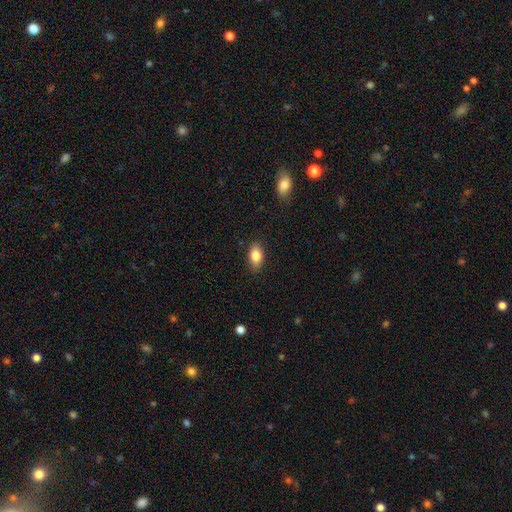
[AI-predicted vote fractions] smooth-or-featured: smooth: 83% | featured or disk: 9% | star or artifact: 8%
  how-rounded: in between: 88% | round: 9% | cigar-shaped: 3%
  merging: none: 86% | minor disturbance: 10% | major disturbance: 2% | merger: 1%